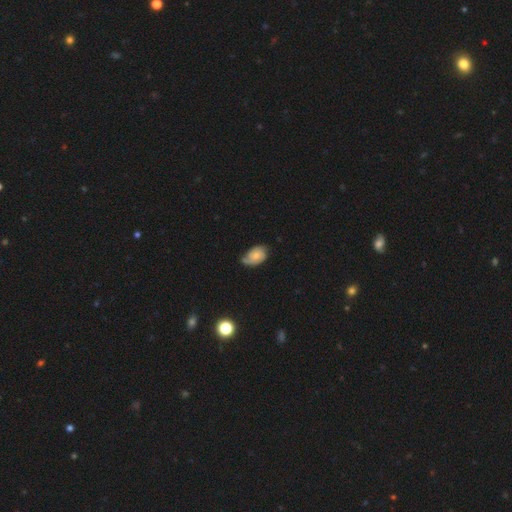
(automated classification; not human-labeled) A featured or disk galaxy (49%). Merging: none (51%).